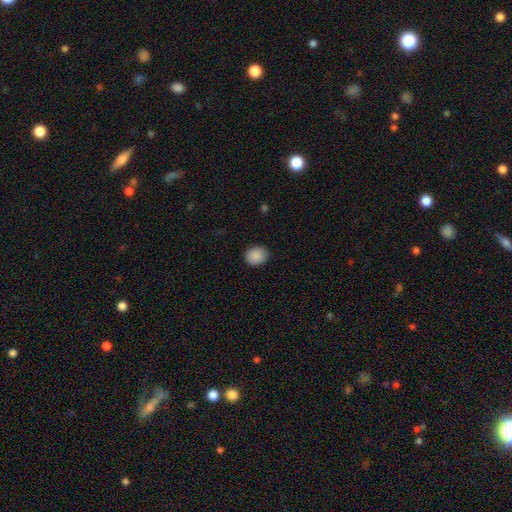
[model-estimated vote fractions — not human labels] Smooth or featured?
  - smooth: 89% *
  - star or artifact: 8%
  - featured or disk: 3%
How rounded?
  - round: 60% *
  - in between: 39%
  - cigar-shaped: 1%
Merging?
  - none: 86% *
  - minor disturbance: 10%
  - major disturbance: 2%
  - merger: 1%